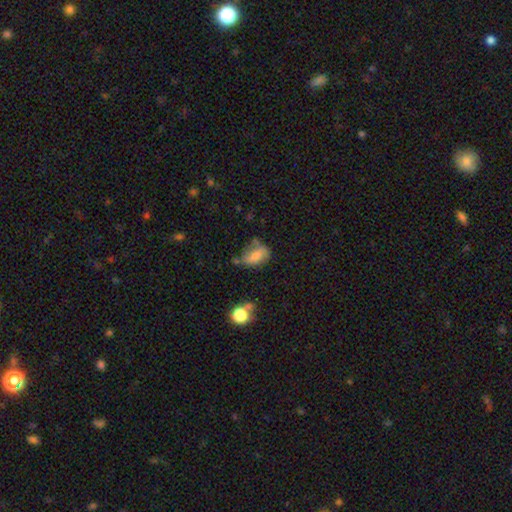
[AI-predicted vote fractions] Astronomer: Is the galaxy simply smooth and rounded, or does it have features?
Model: smooth — 66%.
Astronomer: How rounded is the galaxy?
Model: in between — 78%.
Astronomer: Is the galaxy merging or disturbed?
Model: none — 43% (runner-up: minor disturbance, 31%).